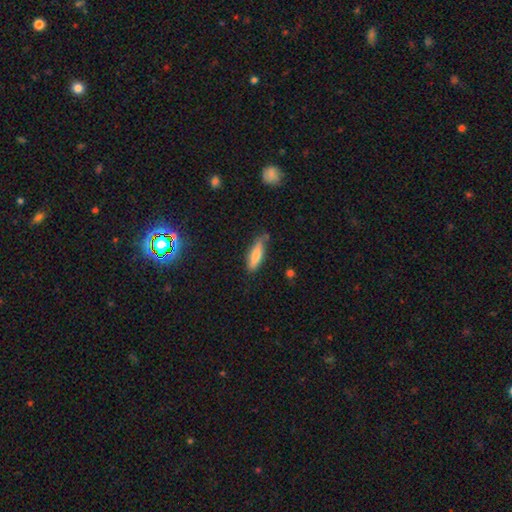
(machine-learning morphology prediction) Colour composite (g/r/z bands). It shows a smooth galaxy with no disk features (74%) that is cigar-shaped (64%). Merging: none (69%).